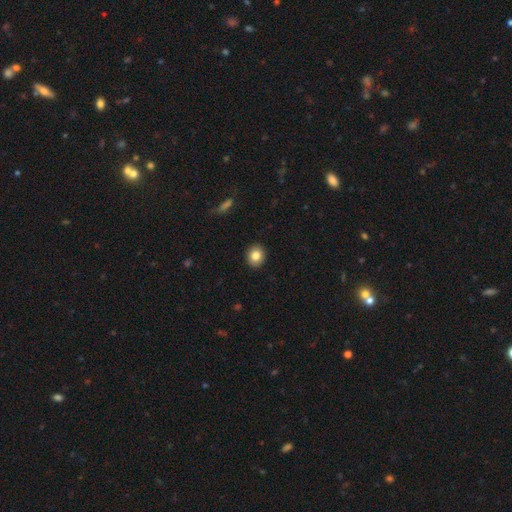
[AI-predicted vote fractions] Morphology: type=smooth (83%); roundness=round (73%); merging=none (92%).